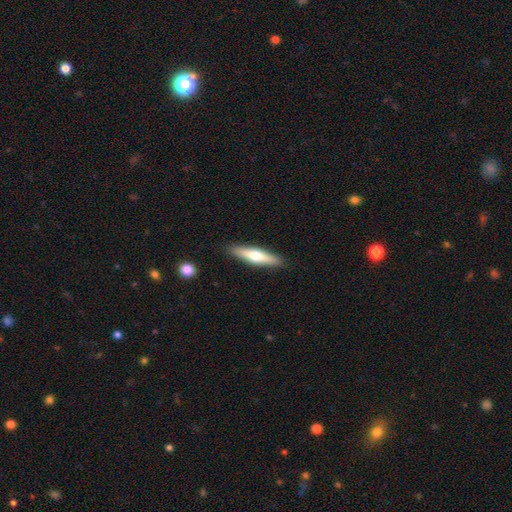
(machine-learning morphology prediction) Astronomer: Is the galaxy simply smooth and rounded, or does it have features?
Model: smooth — 50% (runner-up: featured or disk, 45%).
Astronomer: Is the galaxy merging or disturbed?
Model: none — 90%.